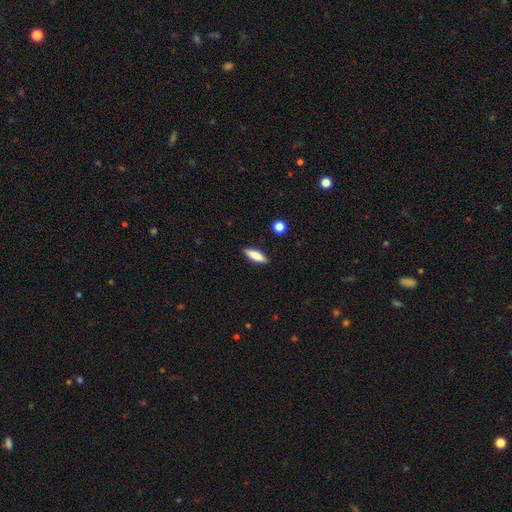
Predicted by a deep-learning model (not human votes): Smooth or featured? Predicted: smooth (p=0.76). How rounded? Predicted: cigar-shaped (p=0.57). Merging? Predicted: none (p=0.88).